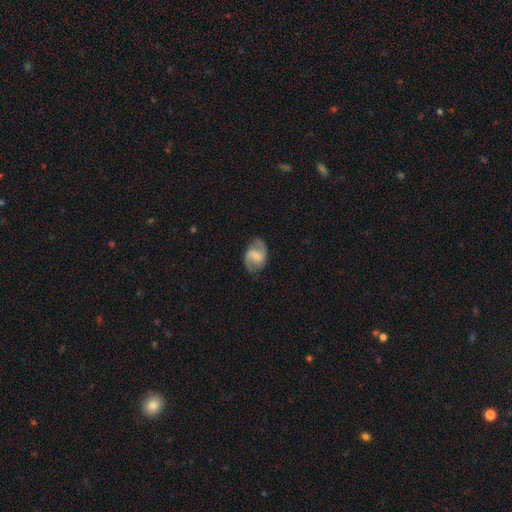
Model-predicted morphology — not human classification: This appears to be a featured or disk galaxy (74%) with a weak bar (52%), 2 (89%) medium (47%) spiral arms (93%) and a small central bulge (45%). Merging: none (75%).